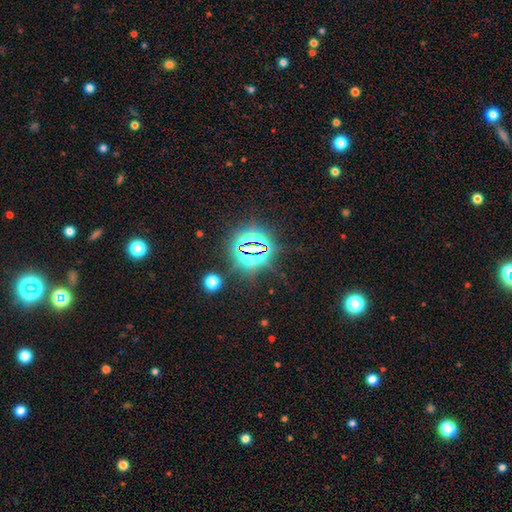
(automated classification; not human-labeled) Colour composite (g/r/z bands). It shows a star or artifact, not a galaxy (81%).